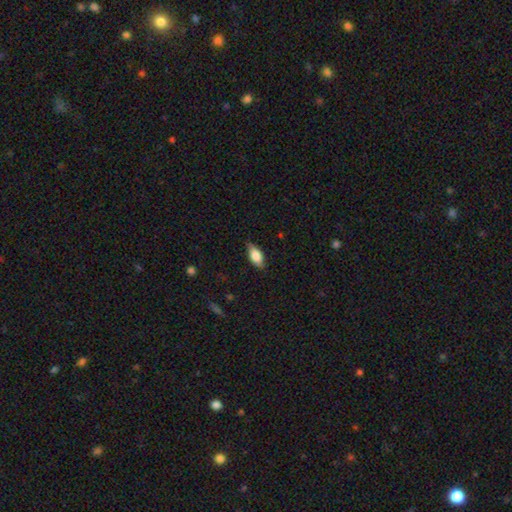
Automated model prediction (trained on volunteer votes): smooth_or_featured: smooth (p=0.77) [alt: featured or disk p=0.16]
how_rounded: in between (p=0.85) [alt: cigar-shaped p=0.11]
merging: none (p=0.80) [alt: minor disturbance p=0.16]